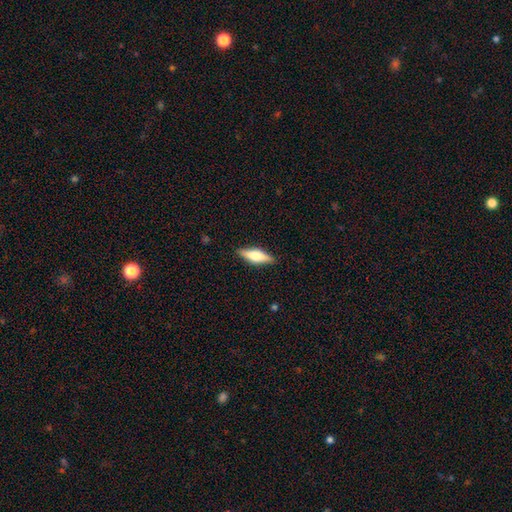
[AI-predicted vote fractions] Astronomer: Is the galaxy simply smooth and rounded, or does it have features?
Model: smooth — 48% (runner-up: featured or disk, 46%).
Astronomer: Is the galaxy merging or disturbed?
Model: none — 88%.